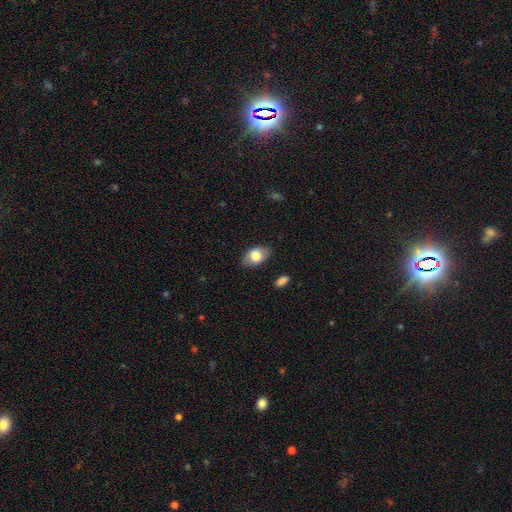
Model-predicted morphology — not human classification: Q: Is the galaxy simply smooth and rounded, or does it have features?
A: smooth — 78%.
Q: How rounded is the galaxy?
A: in between — 89%.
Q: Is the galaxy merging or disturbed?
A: none — 83%.